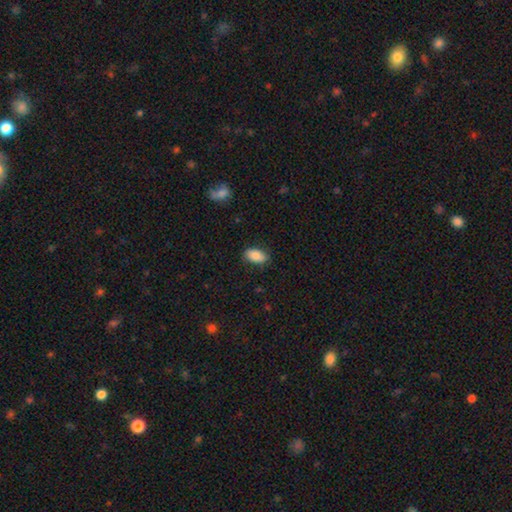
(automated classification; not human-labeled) A smooth galaxy with no disk features (85%) that is in between round and cigar-shaped (93%).

Vote fractions:
- Smooth or featured? smooth: 85% / featured or disk: 8% / star or artifact: 7%
- How rounded? in between: 93% / round: 5% / cigar-shaped: 3%
- Merging? none: 83% / minor disturbance: 13% / major disturbance: 3% / merger: 1%